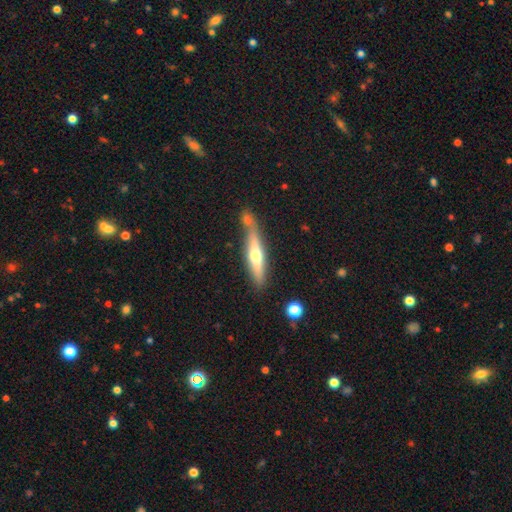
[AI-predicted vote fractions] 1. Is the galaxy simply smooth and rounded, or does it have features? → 55% featured or disk, 39% smooth, 6% star or artifact.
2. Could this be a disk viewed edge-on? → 92% yes, 8% no.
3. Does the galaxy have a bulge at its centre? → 90% rounded, 6% none, 4% boxy.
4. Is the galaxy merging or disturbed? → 64% none, 17% merger, 15% minor disturbance, 4% major disturbance.